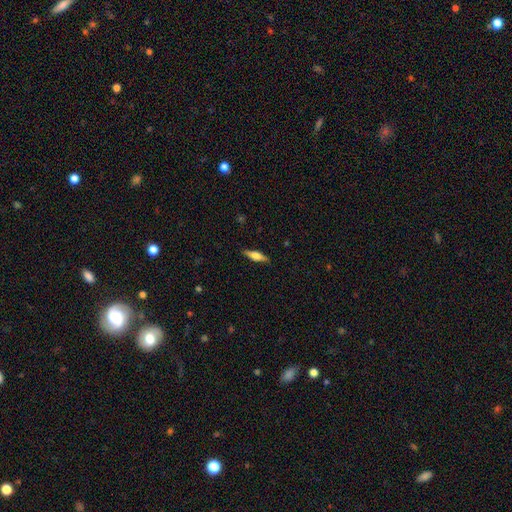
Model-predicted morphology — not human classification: This is possibly a smooth galaxy (47%, tied with featured or disk). Merging: clearly none (88%).